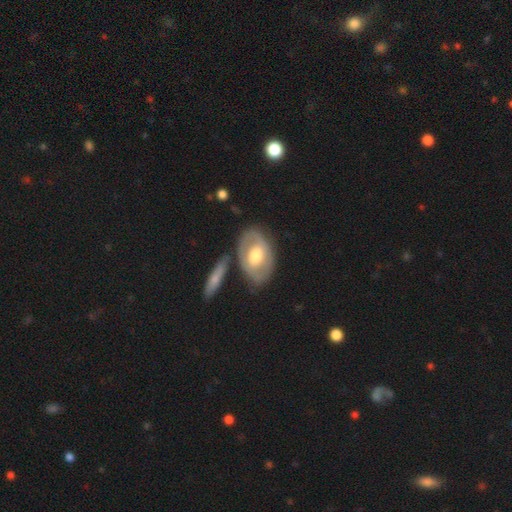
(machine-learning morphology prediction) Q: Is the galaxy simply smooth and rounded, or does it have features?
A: featured or disk — 55%.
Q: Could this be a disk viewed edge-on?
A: no — 90%.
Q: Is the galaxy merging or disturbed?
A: none — 69%.